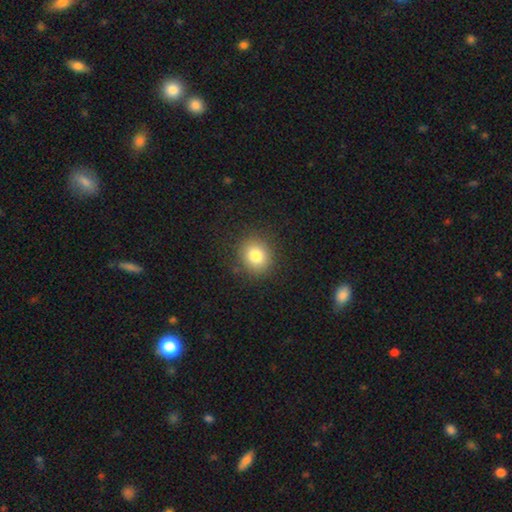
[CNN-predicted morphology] Q: Smooth or featured?
A: smooth (81%); runner-up: star or artifact (11%)
Q: How rounded?
A: round (77%); runner-up: in between (22%)
Q: Merging?
A: none (88%); runner-up: minor disturbance (8%)